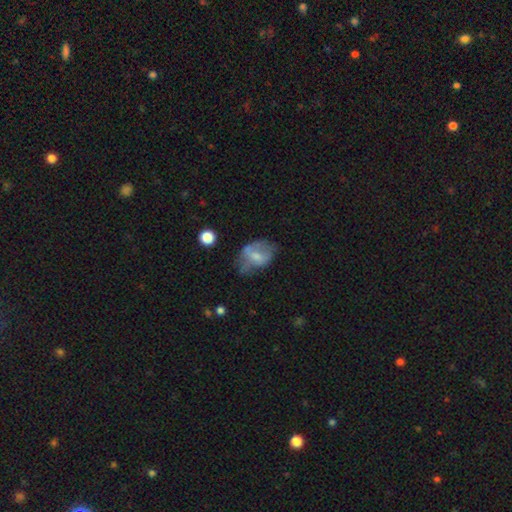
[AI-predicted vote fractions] Morphology: type=smooth (54%); roundness=in between (77%); merging=none (34%).